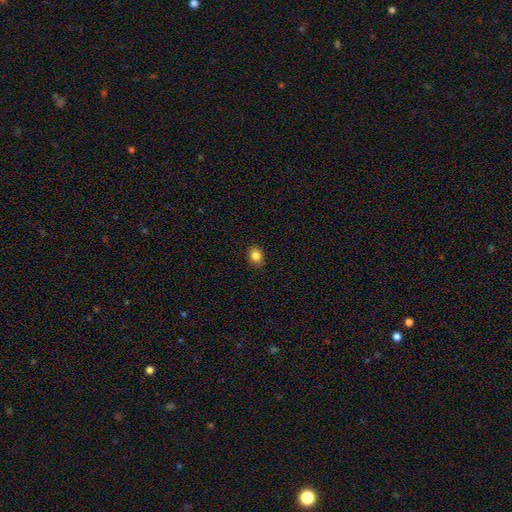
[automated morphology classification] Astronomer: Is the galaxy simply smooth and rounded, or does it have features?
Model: smooth — 84%.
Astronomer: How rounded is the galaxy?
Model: round — 56% (runner-up: in between, 44%).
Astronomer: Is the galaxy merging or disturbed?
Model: none — 90%.